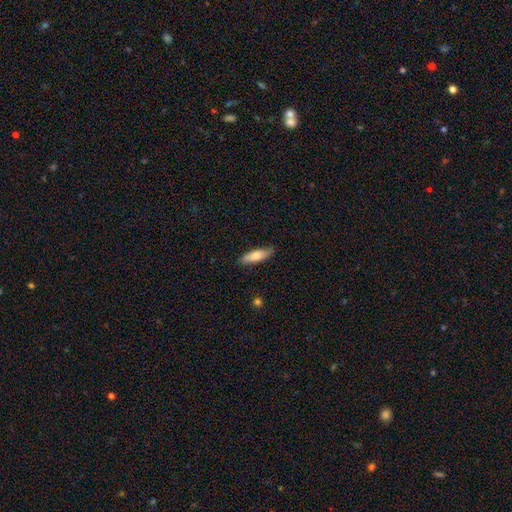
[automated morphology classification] This appears to be a smooth galaxy with no disk features (75%) that is cigar-shaped (58%). Merging: none (86%).